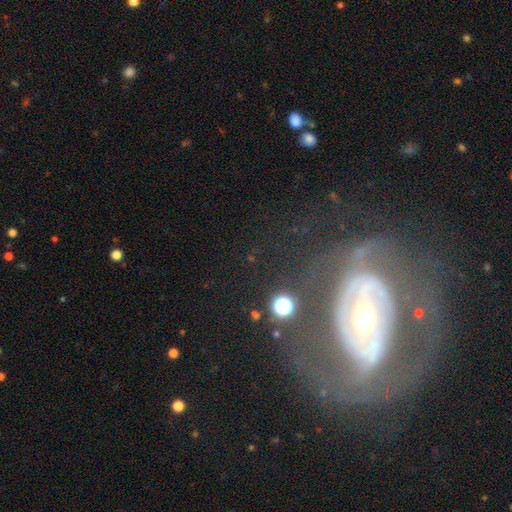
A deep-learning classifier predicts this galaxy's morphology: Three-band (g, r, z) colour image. It shows a featured or disk galaxy (79%) with no bar (46%), spiral arms (63%) and a small central bulge (53%). Merging: none (56%).